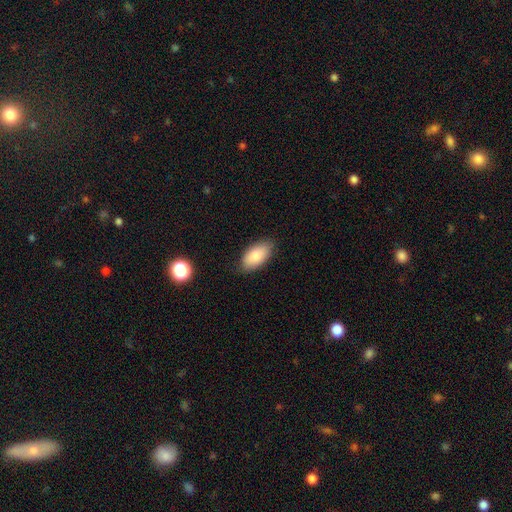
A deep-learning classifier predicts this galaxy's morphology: A smooth galaxy with no disk features (84%) that is in between round and cigar-shaped (94%).

Vote fractions:
- Smooth or featured? smooth: 84% / featured or disk: 9% / star or artifact: 7%
- How rounded? in between: 94% / cigar-shaped: 3% / round: 3%
- Merging? none: 83% / minor disturbance: 13% / major disturbance: 3% / merger: 1%